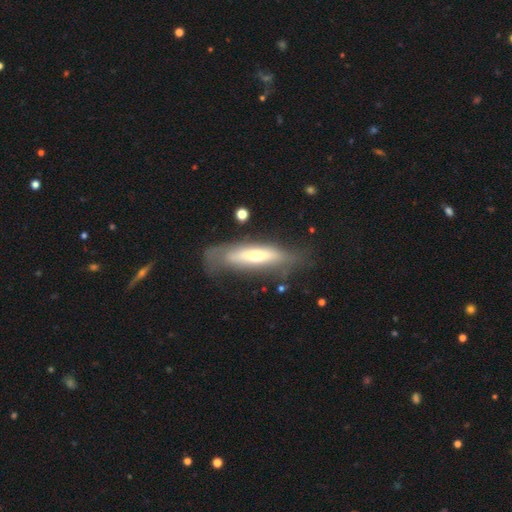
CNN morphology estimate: type=featured or disk (52%); edge-on=yes (57%); merging=none (61%).